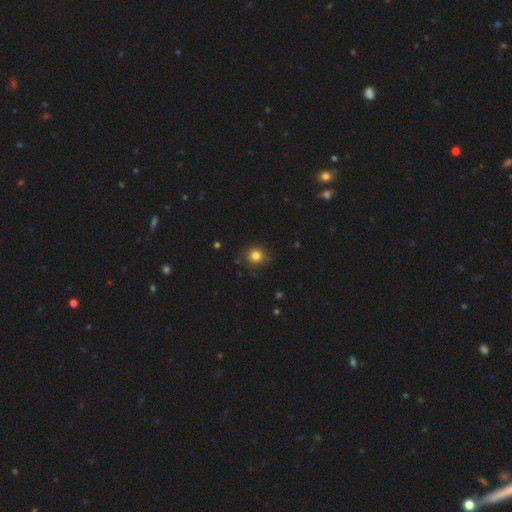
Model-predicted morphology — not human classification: Smooth or featured? Predicted: smooth (p=0.82). How rounded? Predicted: round (p=0.90). Merging? Predicted: none (p=0.84).